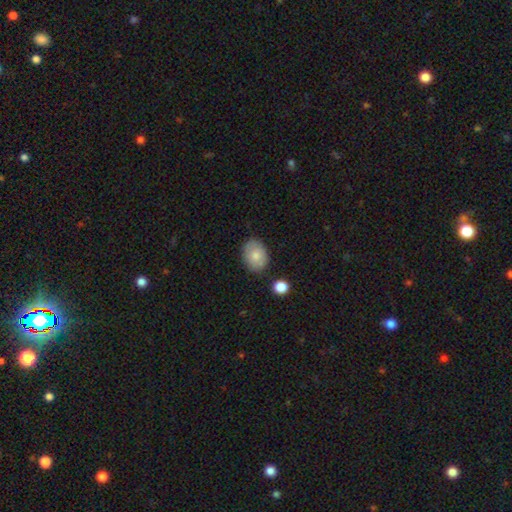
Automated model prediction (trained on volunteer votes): Overall: smooth (81%). How rounded: in between (70%). Merging: none (80%).